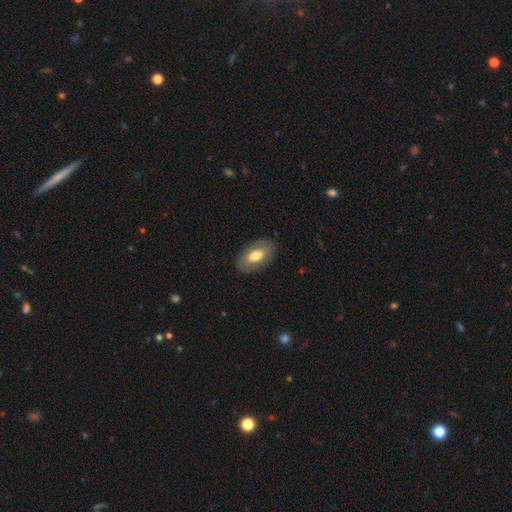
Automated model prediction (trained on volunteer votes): Q: Smooth or featured?
A: smooth (65%); runner-up: featured or disk (28%)
Q: How rounded?
A: in between (92%); runner-up: round (5%)
Q: Merging?
A: none (84%); runner-up: minor disturbance (11%)